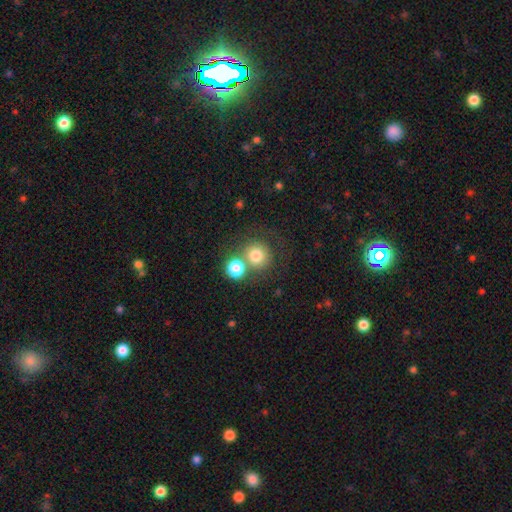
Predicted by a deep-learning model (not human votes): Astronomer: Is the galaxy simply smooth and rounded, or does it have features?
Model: smooth — 78%.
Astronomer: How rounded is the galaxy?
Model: round — 92%.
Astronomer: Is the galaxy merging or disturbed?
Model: none — 54% (runner-up: merger, 34%).